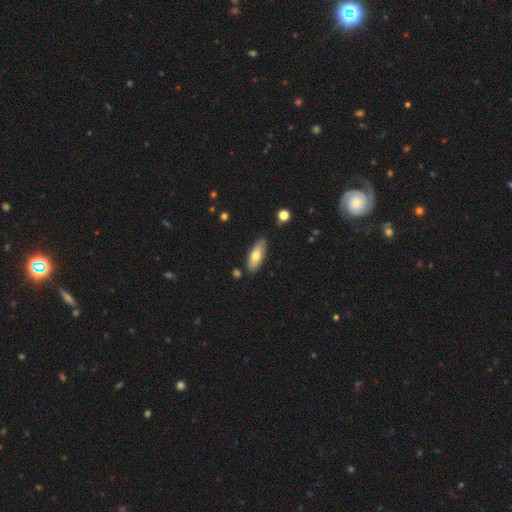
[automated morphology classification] This appears to be a smooth galaxy with no disk features (65%) that is in between round and cigar-shaped (73%). Merging: none (82%).